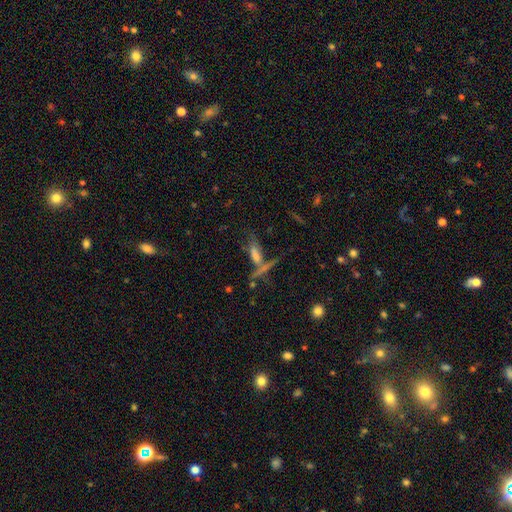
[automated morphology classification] The model was most divided on "smooth or featured": featured or disk: 44%, smooth: 36%, star or artifact: 20%. Remaining: merging — none (46%).